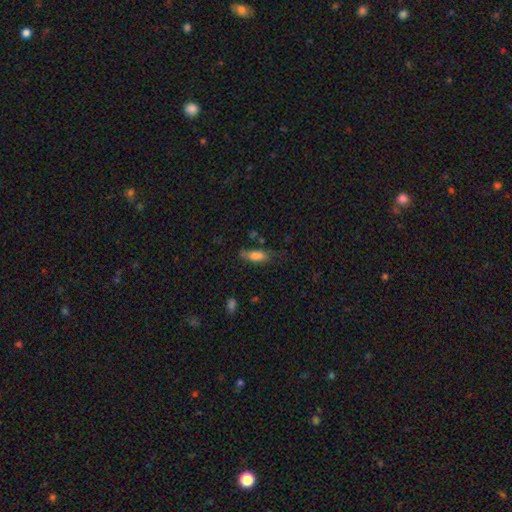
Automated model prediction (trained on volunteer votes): Smooth or featured?
  - smooth: 73% *
  - featured or disk: 18%
  - star or artifact: 9%
How rounded?
  - in between: 68% *
  - cigar-shaped: 29%
  - round: 3%
Merging?
  - none: 53% *
  - minor disturbance: 29%
  - major disturbance: 14%
  - merger: 4%